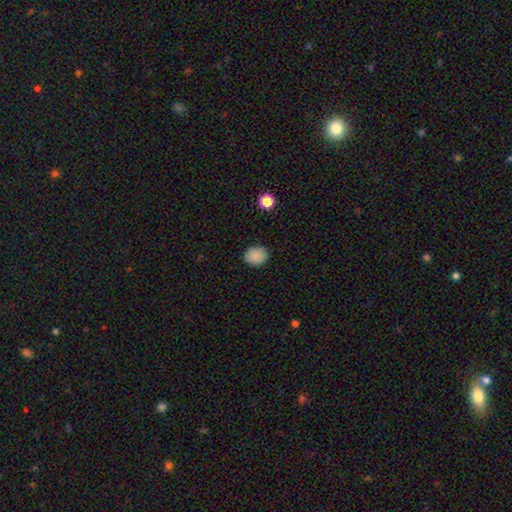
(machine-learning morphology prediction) smooth 88%, star or artifact 9%, featured or disk 3%. Down the decision tree: how rounded — round (54%); merging — none (89%).